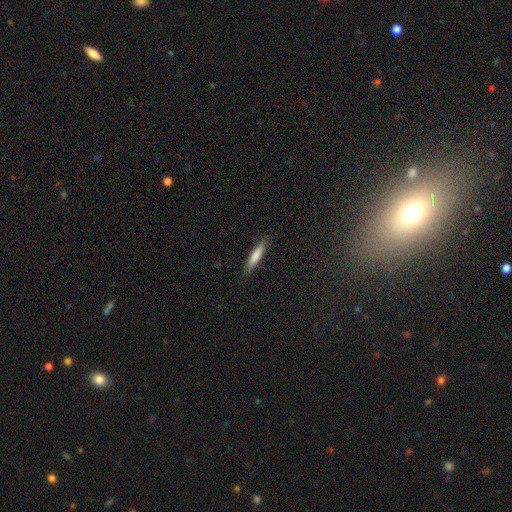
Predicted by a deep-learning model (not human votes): smooth-or-featured: smooth: 78% | featured or disk: 16% | star or artifact: 6%
  how-rounded: cigar-shaped: 86% | in between: 13% | round: 1%
  merging: none: 86% | minor disturbance: 11% | major disturbance: 2% | merger: 1%